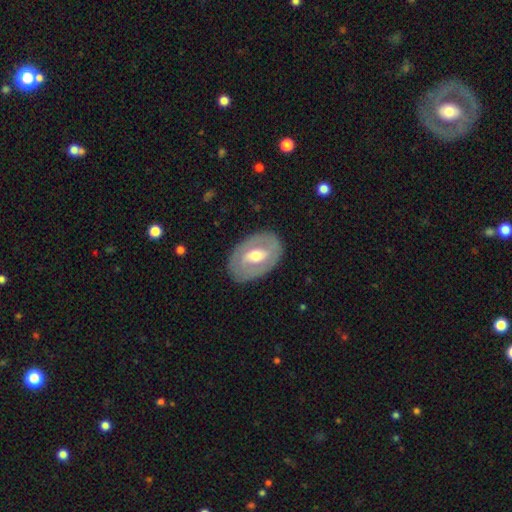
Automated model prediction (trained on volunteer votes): smooth_or_featured: featured or disk (p=0.65) [alt: smooth p=0.30]
disk_edge_on: no (p=0.92) [alt: yes p=0.08]
bar: weak (p=0.41) [alt: no p=0.31]
has_spiral_arms: no (p=0.58) [alt: yes p=0.42]
bulge_size: moderate (p=0.72) [alt: small p=0.14]
merging: none (p=0.84) [alt: minor disturbance p=0.11]